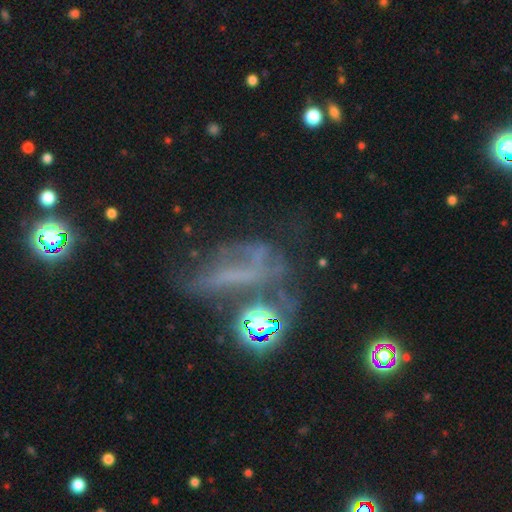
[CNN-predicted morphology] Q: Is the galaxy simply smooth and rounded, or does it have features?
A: featured or disk — 41%.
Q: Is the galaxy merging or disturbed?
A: major disturbance — 35%.